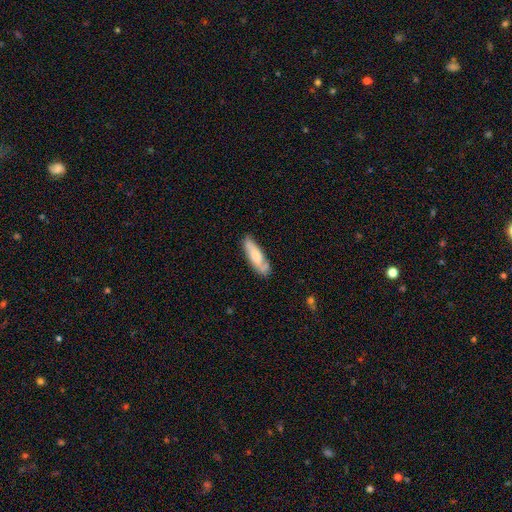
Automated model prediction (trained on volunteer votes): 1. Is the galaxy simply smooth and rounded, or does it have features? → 66% smooth, 28% featured or disk, 6% star or artifact.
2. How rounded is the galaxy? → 56% cigar-shaped, 42% in between, 2% round.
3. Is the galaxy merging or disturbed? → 69% none, 22% minor disturbance, 5% major disturbance, 4% merger.